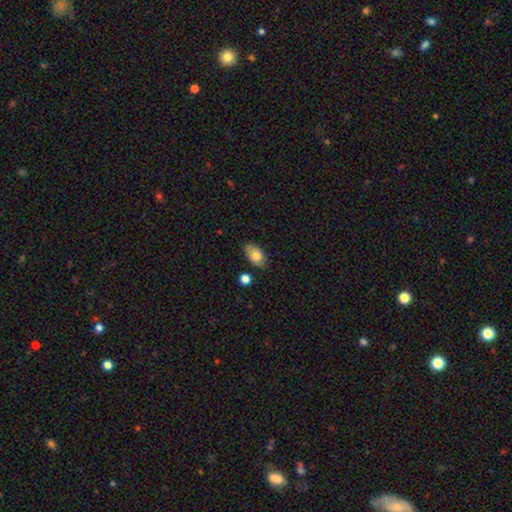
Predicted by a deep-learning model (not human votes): A smooth galaxy with no disk features (77%) that is in between round and cigar-shaped (89%). Merging: none (72%).